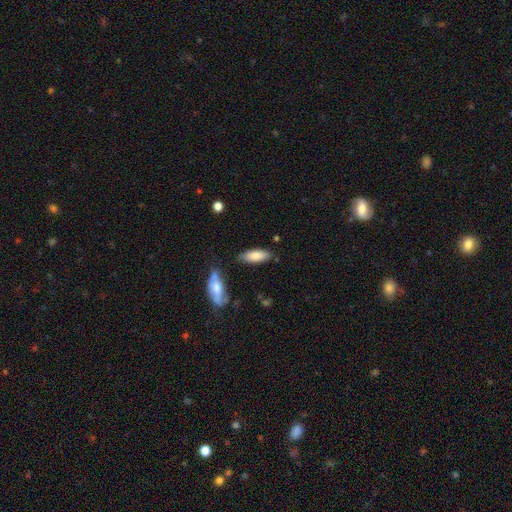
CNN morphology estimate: Smooth or featured? smooth (81%)
How rounded? in between (69%)
Merging? none (77%)